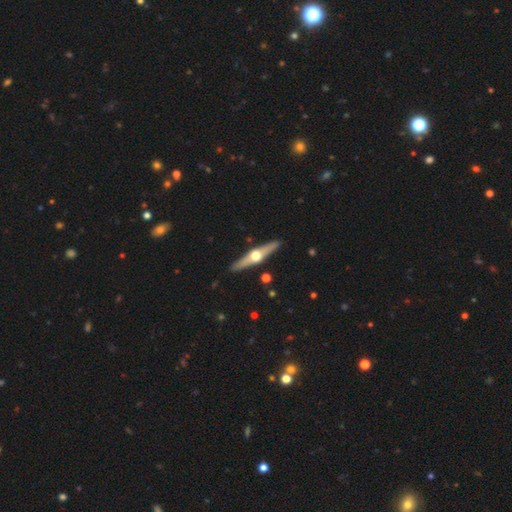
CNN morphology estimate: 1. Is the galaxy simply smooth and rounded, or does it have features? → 76% featured or disk, 19% smooth, 5% star or artifact.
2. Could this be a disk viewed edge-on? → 97% yes, 3% no.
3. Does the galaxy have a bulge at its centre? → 96% rounded, 2% boxy, 2% none.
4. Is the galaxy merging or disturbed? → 91% none, 6% minor disturbance, 1% merger, 1% major disturbance.